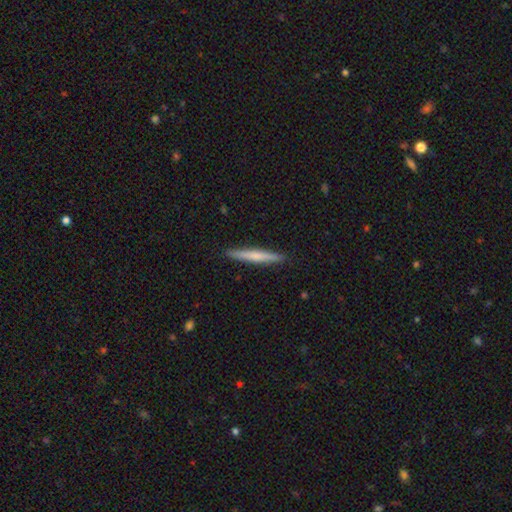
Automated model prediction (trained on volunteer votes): Smooth or featured?
  - smooth: 55% *
  - featured or disk: 40%
  - star or artifact: 5%
How rounded?
  - cigar-shaped: 96% *
  - in between: 3%
  - round: 1%
Merging?
  - none: 92% *
  - minor disturbance: 6%
  - major disturbance: 1%
  - merger: 1%